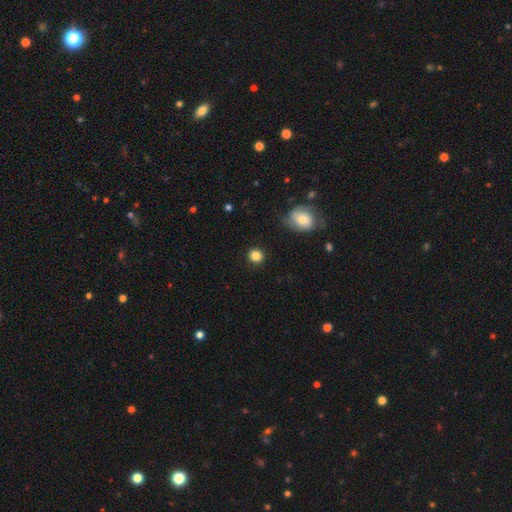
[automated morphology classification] The model was most divided on "smooth or featured": smooth: 85%, star or artifact: 10%, featured or disk: 5%. More confident: how rounded — round (89%); merging — none (89%).